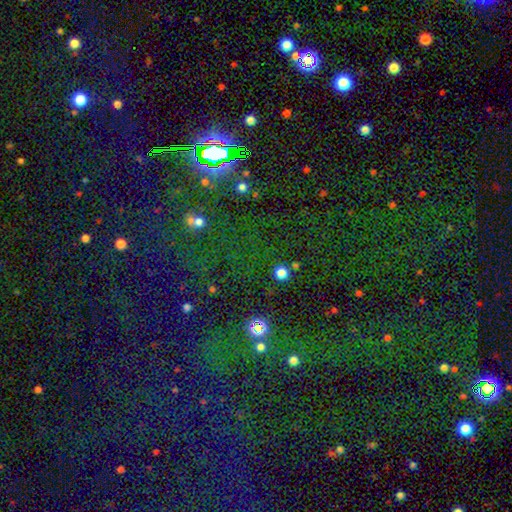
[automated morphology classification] Smooth or featured? star or artifact (76%)